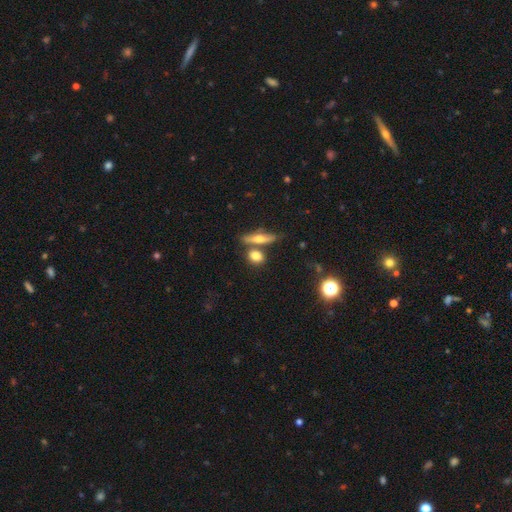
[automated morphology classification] The model was most divided on "how rounded": round: 41%, in between: 39%, cigar-shaped: 21%. More confident: smooth or featured — smooth (69%); merging — none (65%).